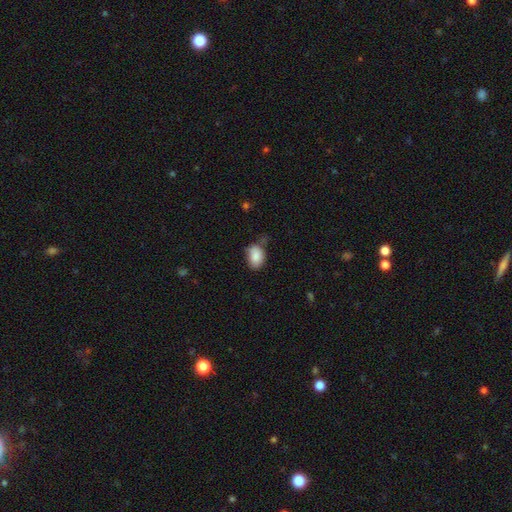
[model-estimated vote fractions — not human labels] smooth_or_featured: smooth (p=0.85) [alt: star or artifact p=0.08]
how_rounded: in between (p=0.78) [alt: round p=0.21]
merging: none (p=0.56) [alt: minor disturbance p=0.31]